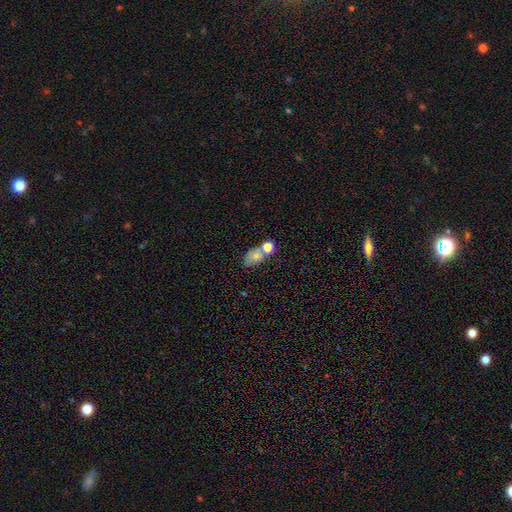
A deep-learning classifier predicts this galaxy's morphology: Smooth or featured? smooth (69%)
How rounded? in between (77%)
Merging? none (40%)